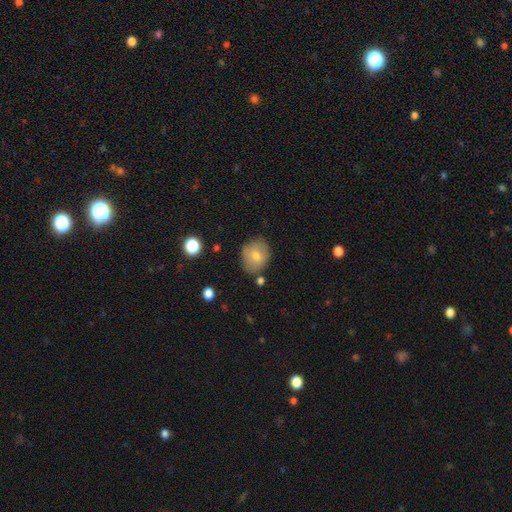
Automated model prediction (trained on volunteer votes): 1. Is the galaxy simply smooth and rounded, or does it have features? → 72% smooth, 20% featured or disk, 8% star or artifact.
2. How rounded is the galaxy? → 63% round, 36% in between, 1% cigar-shaped.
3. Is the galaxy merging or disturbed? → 77% none, 16% minor disturbance, 4% merger, 4% major disturbance.